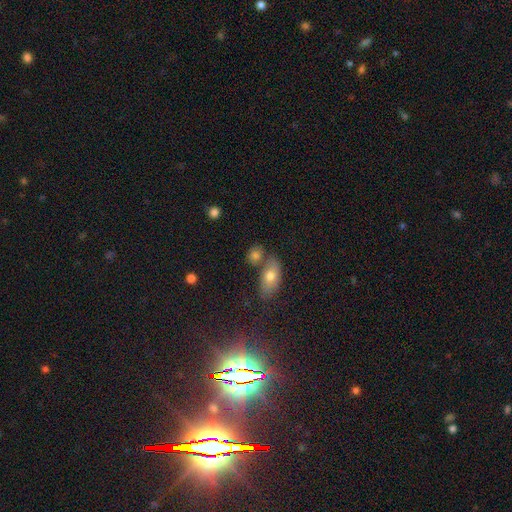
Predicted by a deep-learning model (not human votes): A smooth galaxy with no disk features (78%) that is in between round and cigar-shaped (55%).

Vote fractions:
- Smooth or featured? smooth: 78% / featured or disk: 12% / star or artifact: 11%
- How rounded? in between: 55% / round: 41% / cigar-shaped: 4%
- Merging? none: 54% / merger: 31% / minor disturbance: 11% / major disturbance: 4%